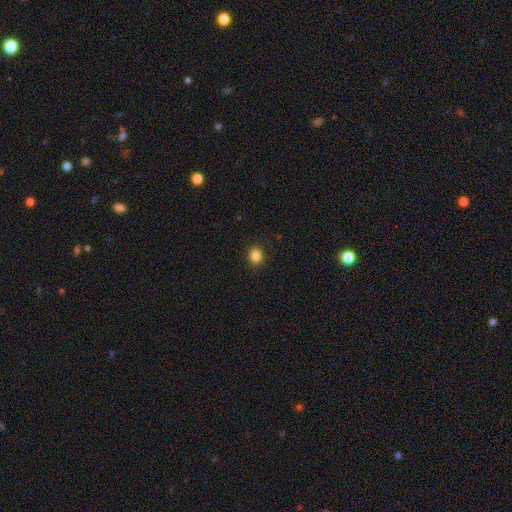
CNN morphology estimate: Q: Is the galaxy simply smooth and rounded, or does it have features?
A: smooth — 85%.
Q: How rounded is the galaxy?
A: round — 72%.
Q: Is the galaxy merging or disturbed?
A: none — 91%.